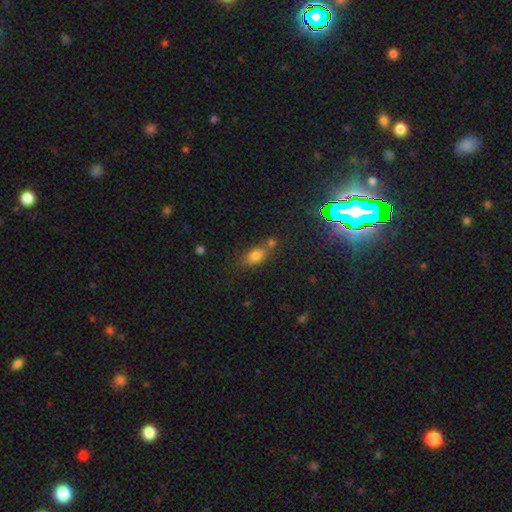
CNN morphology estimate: smooth_or_featured: smooth (p=0.77) [alt: star or artifact p=0.13]
how_rounded: in between (p=0.80) [alt: round p=0.14]
merging: none (p=0.54) [alt: merger p=0.25]